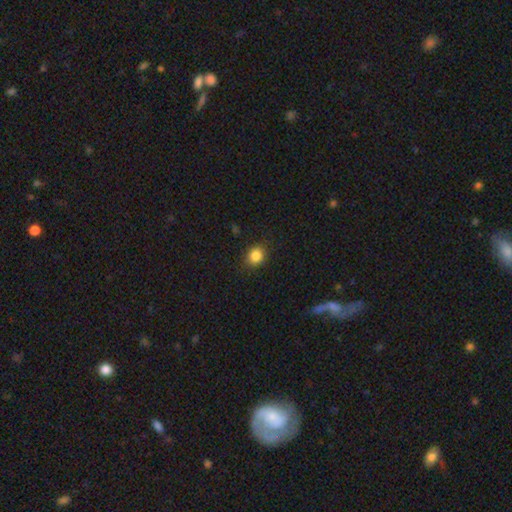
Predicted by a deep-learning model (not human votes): Smooth or featured: smooth — 84% (star or artifact — 10%)
How rounded: round — 71% (in between — 28%)
Merging: none — 87% (minor disturbance — 9%)